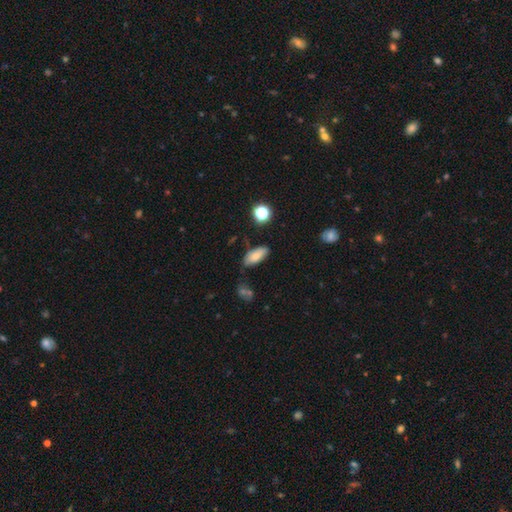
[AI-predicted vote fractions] smooth 76%, featured or disk 14%, star or artifact 10%. Down the decision tree: how rounded — in between (85%); merging — none (62%).